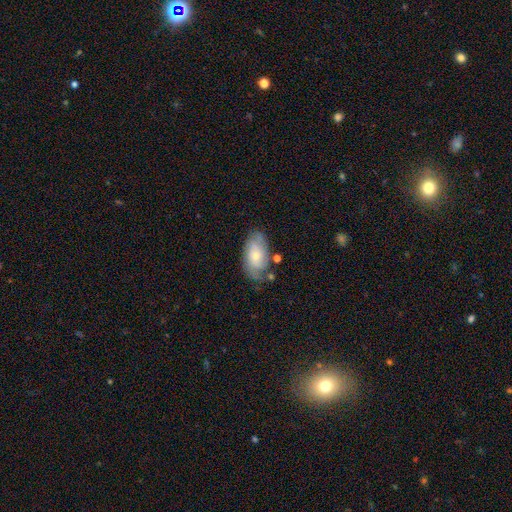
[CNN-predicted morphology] type=smooth (48%); merging=none (60%).